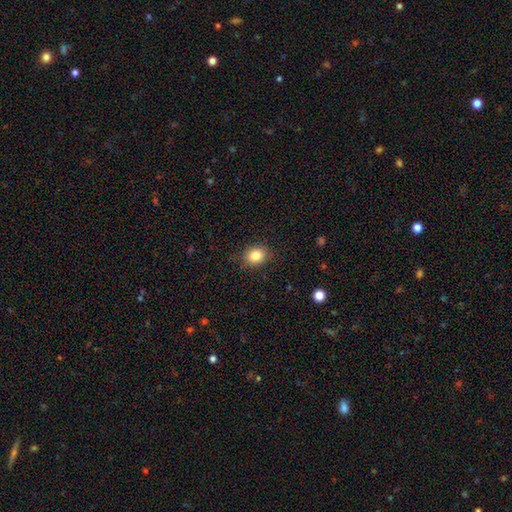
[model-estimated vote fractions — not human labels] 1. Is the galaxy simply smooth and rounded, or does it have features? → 84% smooth, 10% star or artifact, 6% featured or disk.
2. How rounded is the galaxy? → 59% round, 40% in between, 1% cigar-shaped.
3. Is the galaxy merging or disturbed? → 85% none, 11% minor disturbance, 3% major disturbance, 1% merger.